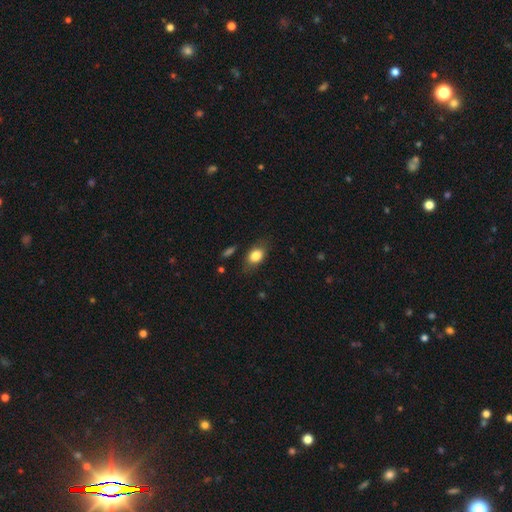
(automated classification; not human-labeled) This is clearly a smooth galaxy (82%). How rounded: likely in between (79%). Merging: likely none (75%).